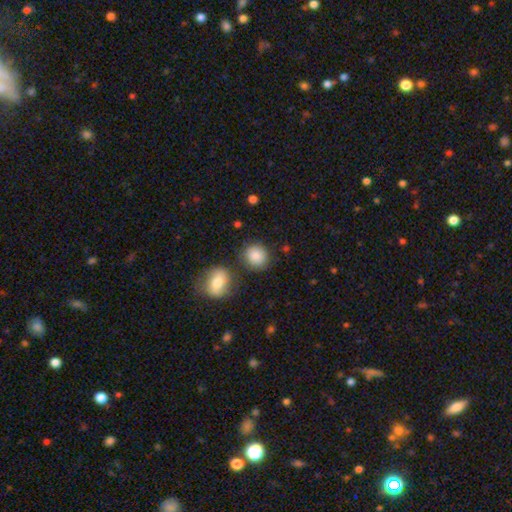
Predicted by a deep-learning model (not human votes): The model was most divided on "merging": none: 77%, minor disturbance: 11%, merger: 9%, major disturbance: 3%. More confident: smooth or featured — smooth (86%); how rounded — round (83%).